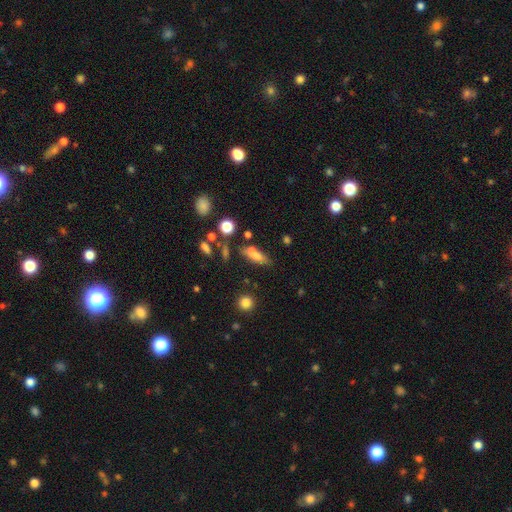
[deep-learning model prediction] Morphology: type=smooth (72%); roundness=in between (57%); merging=none (55%).